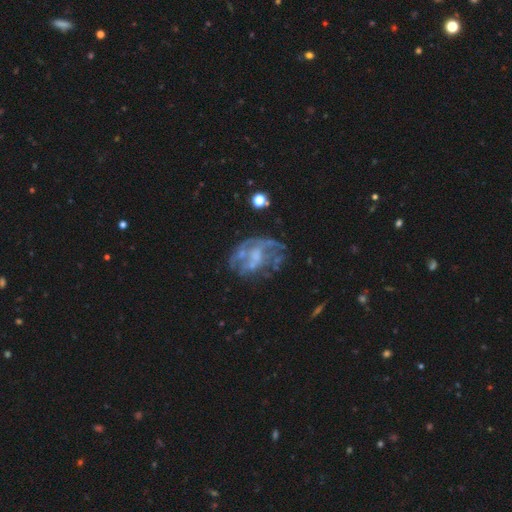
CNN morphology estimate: featured or disk 70%, smooth 17%, star or artifact 13%. Down the decision tree: edge-on disk — no (97%); bar — no (70%); spiral arms — no (60%); bulge size — none (37%); merging — none (45%).